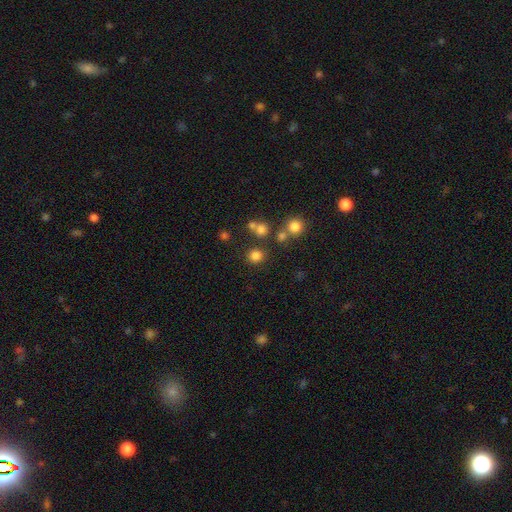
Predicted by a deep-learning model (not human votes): smooth-or-featured: smooth: 79% | star or artifact: 16% | featured or disk: 5%
  how-rounded: round: 89% | in between: 10% | cigar-shaped: 1%
  merging: none: 80% | merger: 9% | minor disturbance: 8% | major disturbance: 3%